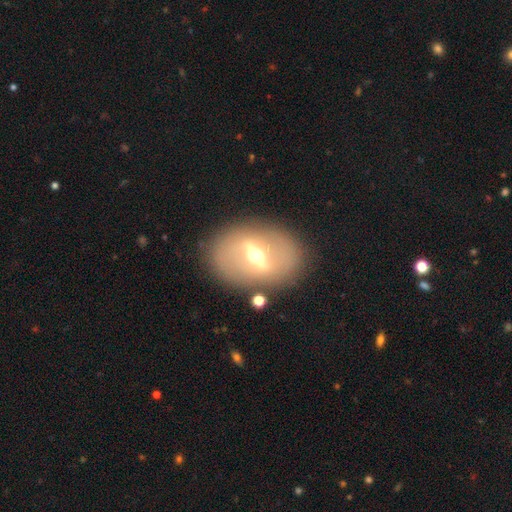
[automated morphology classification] A featured or disk galaxy (73%) with a strong bar (71%), no spiral arms (86%) and a moderate central bulge (70%). Merging: none (83%).